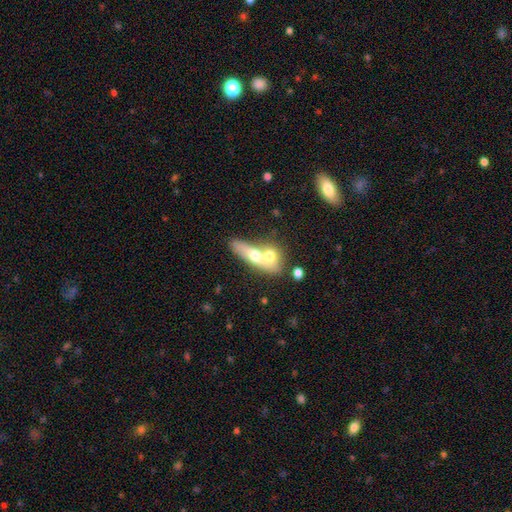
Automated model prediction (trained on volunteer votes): A smooth galaxy with no disk features (58%) that is in between round and cigar-shaped (49%).

Vote fractions:
- Smooth or featured? smooth: 58% / featured or disk: 35% / star or artifact: 7%
- How rounded? in between: 49% / cigar-shaped: 37% / round: 14%
- Merging? merger: 66% / none: 23% / minor disturbance: 7% / major disturbance: 4%